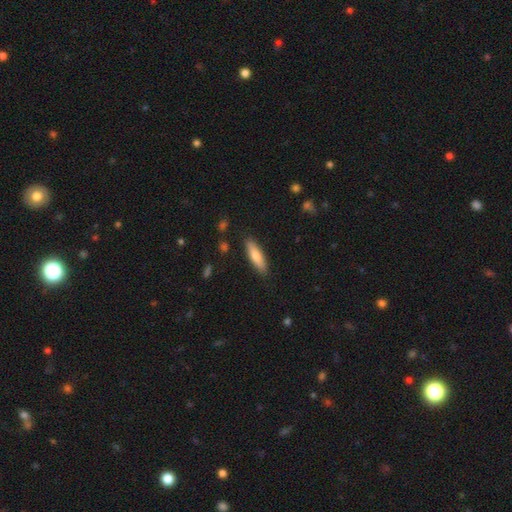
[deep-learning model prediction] smooth-or-featured: smooth: 74% | featured or disk: 20% | star or artifact: 6%
  how-rounded: cigar-shaped: 66% | in between: 33% | round: 2%
  merging: none: 88% | minor disturbance: 9% | major disturbance: 2% | merger: 1%